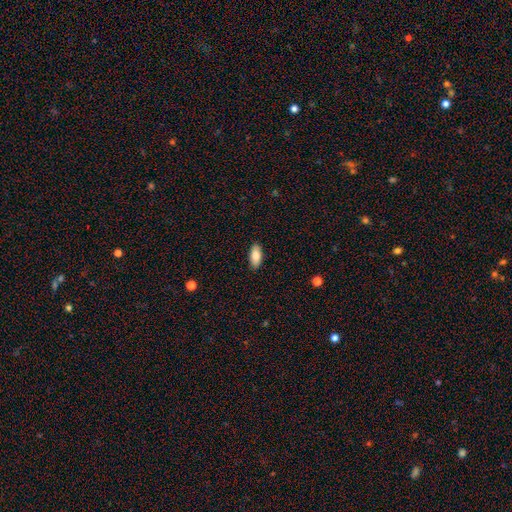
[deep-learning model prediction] smooth-or-featured: smooth: 83% | featured or disk: 10% | star or artifact: 7%
  how-rounded: in between: 88% | cigar-shaped: 10% | round: 2%
  merging: none: 89% | minor disturbance: 8% | major disturbance: 2% | merger: 1%